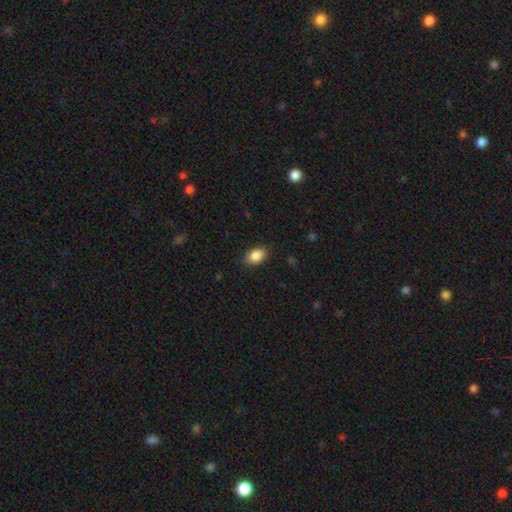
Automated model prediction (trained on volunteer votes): Morphology: type=smooth (88%); roundness=in between (85%); merging=none (86%).